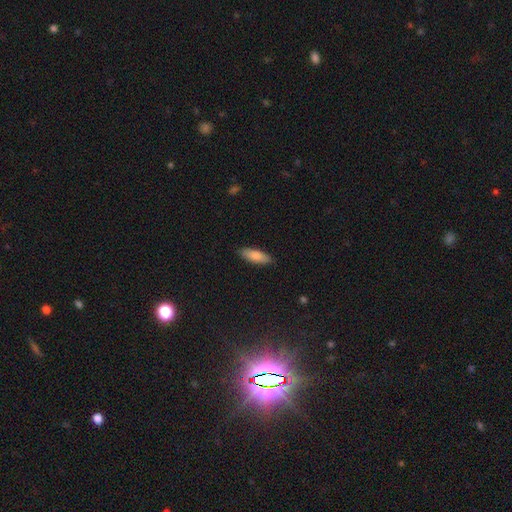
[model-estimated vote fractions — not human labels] Smooth or featured? smooth (83%)
How rounded? in between (61%)
Merging? none (87%)